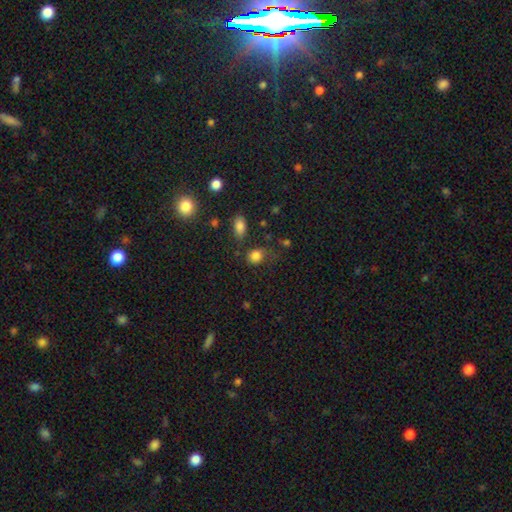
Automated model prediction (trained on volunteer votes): Q: Smooth or featured?
A: smooth (83%); runner-up: star or artifact (12%)
Q: How rounded?
A: round (63%); runner-up: in between (35%)
Q: Merging?
A: none (63%); runner-up: minor disturbance (21%)